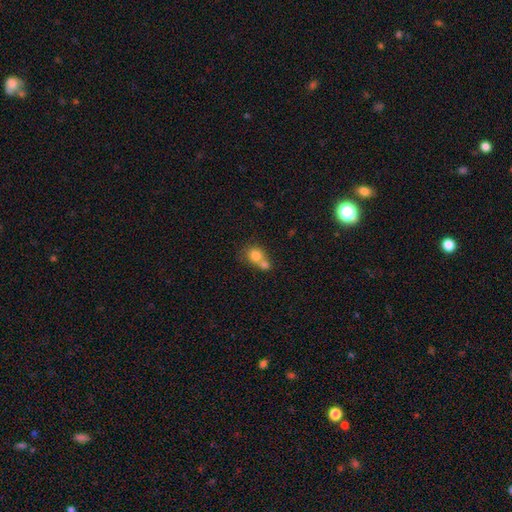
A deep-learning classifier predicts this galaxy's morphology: A smooth galaxy with no disk features (78%) that is round (75%). Merging: merger (63%).